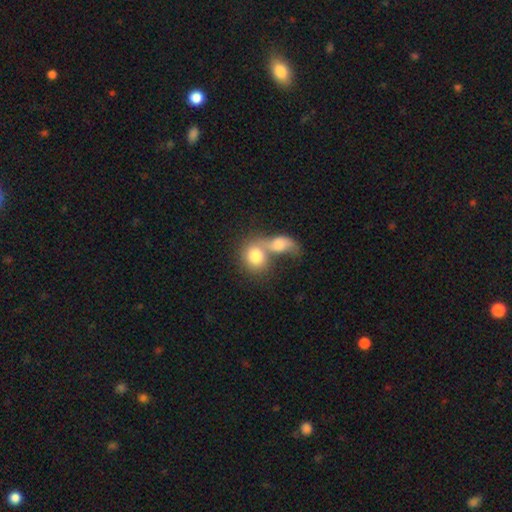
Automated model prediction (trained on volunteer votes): Smooth or featured?
  - smooth: 78% *
  - featured or disk: 15%
  - star or artifact: 7%
How rounded?
  - round: 58% *
  - in between: 40%
  - cigar-shaped: 2%
Merging?
  - merger: 69% *
  - none: 18%
  - major disturbance: 6%
  - minor disturbance: 6%